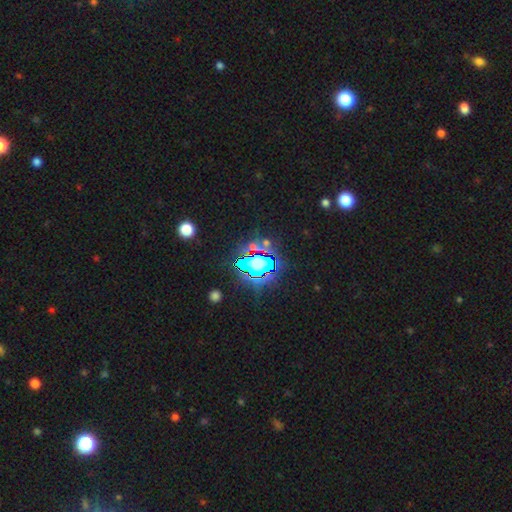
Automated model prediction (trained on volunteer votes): The model was most divided on "smooth or featured": star or artifact: 75%, smooth: 15%, featured or disk: 10%.